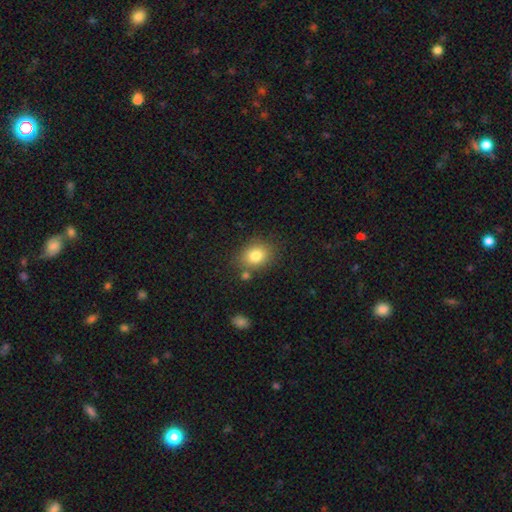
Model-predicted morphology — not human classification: type=smooth (80%); roundness=in between (50%); merging=none (77%).